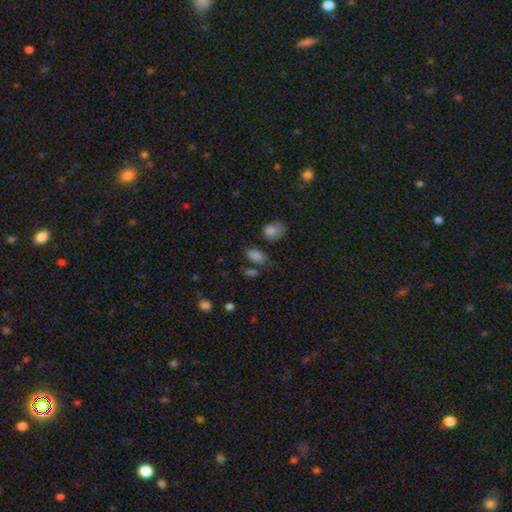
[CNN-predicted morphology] Q: Smooth or featured?
A: smooth (79%); runner-up: star or artifact (15%)
Q: How rounded?
A: in between (86%); runner-up: round (10%)
Q: Merging?
A: none (63%); runner-up: minor disturbance (18%)